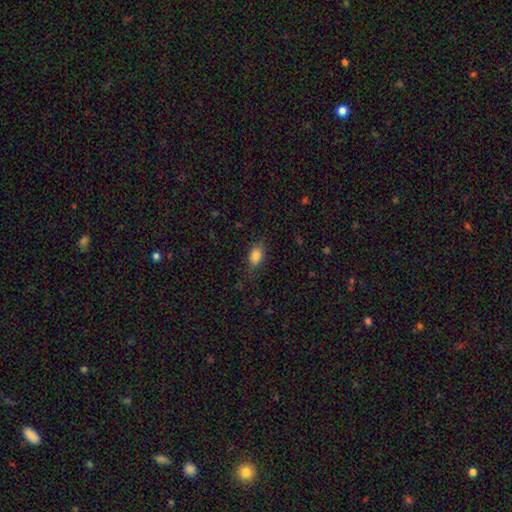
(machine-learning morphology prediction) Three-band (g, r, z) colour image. It shows a smooth galaxy with no disk features (85%) that is in between round and cigar-shaped (85%). Merging: none (74%).